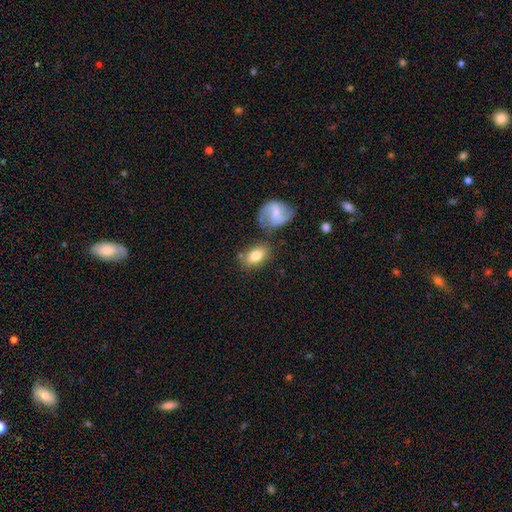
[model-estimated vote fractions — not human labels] A smooth galaxy with no disk features (76%) that is in between round and cigar-shaped (86%). Merging: none (68%).